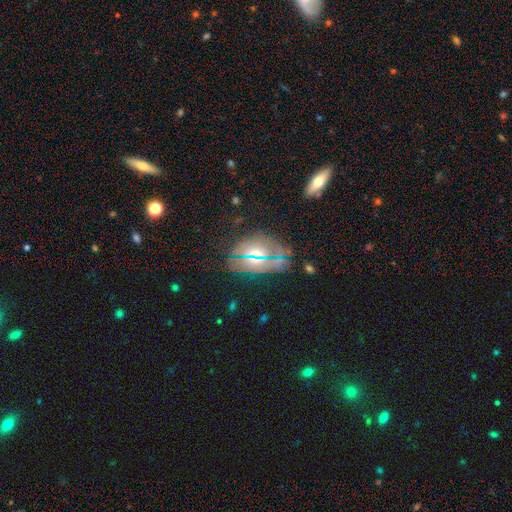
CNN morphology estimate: Smooth or featured? Predicted: smooth (p=0.45). Merging? Predicted: none (p=0.74).